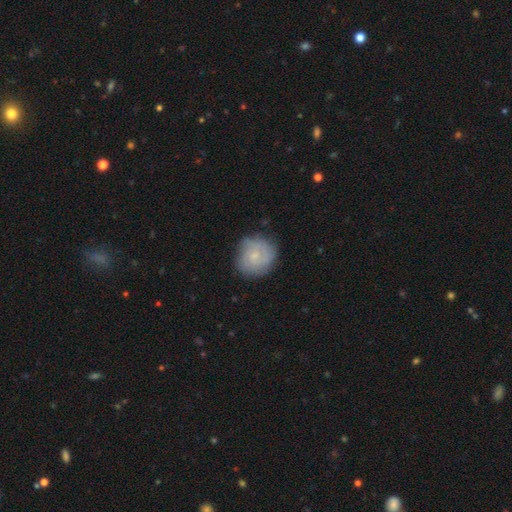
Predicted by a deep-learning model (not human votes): A smooth galaxy with no disk features (52%) that is round (84%).

Vote fractions:
- Smooth or featured? smooth: 52% / featured or disk: 40% / star or artifact: 7%
- How rounded? round: 84% / in between: 15% / cigar-shaped: 1%
- Merging? none: 72% / minor disturbance: 20% / major disturbance: 6% / merger: 2%